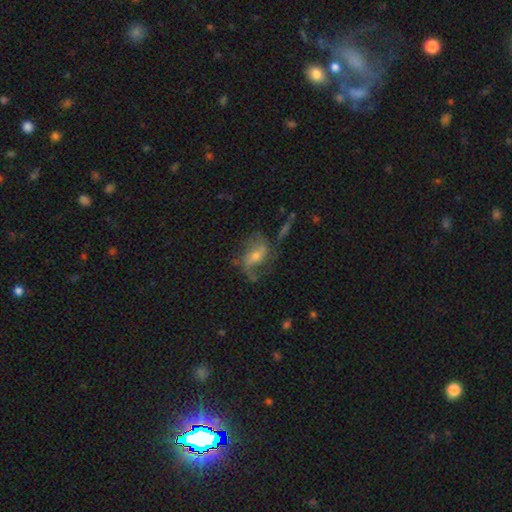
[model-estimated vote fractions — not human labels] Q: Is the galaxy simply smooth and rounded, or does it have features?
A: featured or disk — 73%.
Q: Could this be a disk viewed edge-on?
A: no — 95%.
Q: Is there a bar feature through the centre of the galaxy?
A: weak — 41%.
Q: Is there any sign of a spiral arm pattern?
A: yes — 89%.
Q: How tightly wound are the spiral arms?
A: loose — 55%.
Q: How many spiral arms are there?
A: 2 — 76%.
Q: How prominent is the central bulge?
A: small — 49%.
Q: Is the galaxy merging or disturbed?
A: none — 56%.